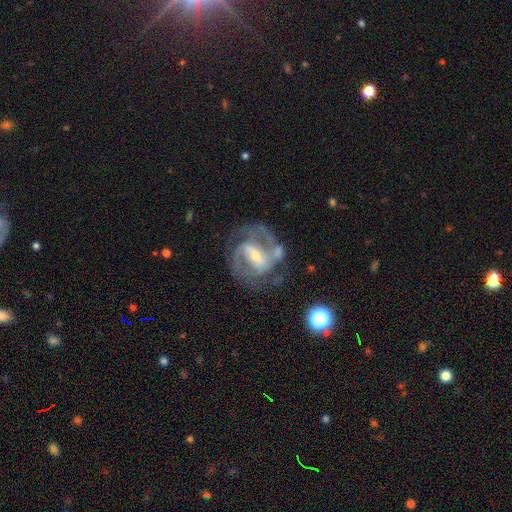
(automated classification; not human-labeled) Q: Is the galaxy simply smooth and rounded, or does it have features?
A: featured or disk — 89%.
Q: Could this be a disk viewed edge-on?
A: no — 97%.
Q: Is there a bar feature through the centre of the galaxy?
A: strong — 53%.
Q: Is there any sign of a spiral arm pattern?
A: yes — 95%.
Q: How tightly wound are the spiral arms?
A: medium — 52%.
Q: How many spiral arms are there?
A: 2 — 78%.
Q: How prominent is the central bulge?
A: small — 61%.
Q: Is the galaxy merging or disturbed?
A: none — 63%.